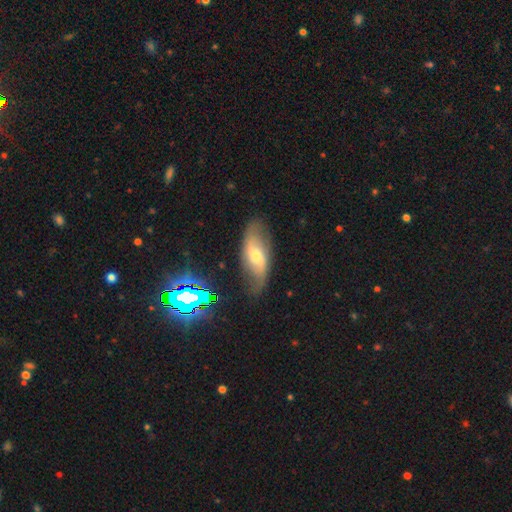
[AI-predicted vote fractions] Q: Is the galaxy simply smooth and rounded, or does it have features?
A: featured or disk — 58%.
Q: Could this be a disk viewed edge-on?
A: no — 84%.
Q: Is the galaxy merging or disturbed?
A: none — 70%.